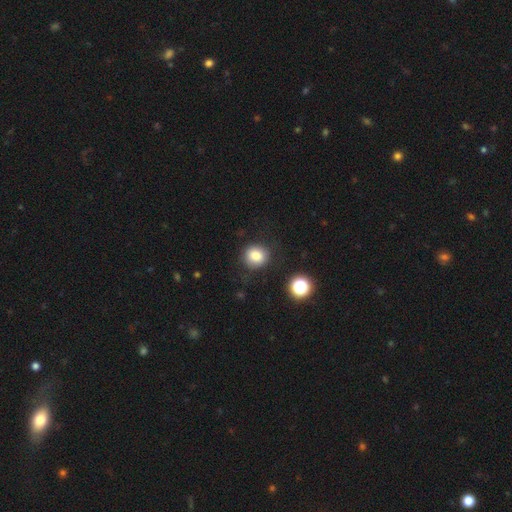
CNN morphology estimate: Smooth or featured: smooth — 82% (star or artifact — 11%)
How rounded: round — 79% (in between — 20%)
Merging: none — 83% (minor disturbance — 11%)